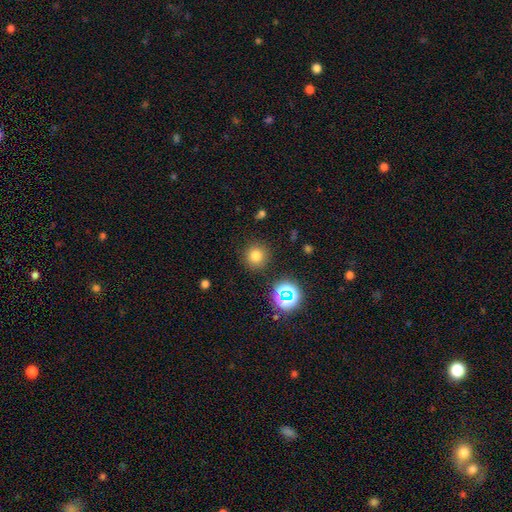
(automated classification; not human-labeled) A smooth galaxy with no disk features (75%) that is round (94%). Merging: none (87%).